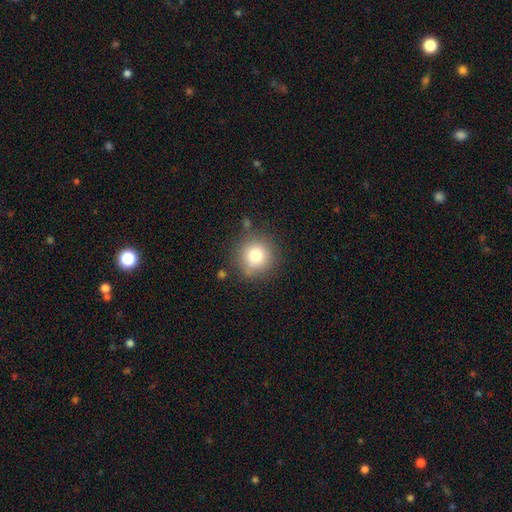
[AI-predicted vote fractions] Morphology: type=smooth (79%); roundness=round (93%); merging=none (81%).